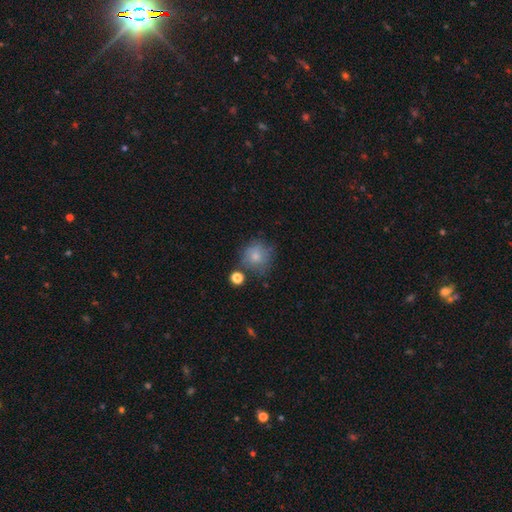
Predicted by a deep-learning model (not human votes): smooth-or-featured: smooth: 76% | featured or disk: 14% | star or artifact: 10%
  how-rounded: round: 88% | in between: 11% | cigar-shaped: 1%
  merging: none: 63% | minor disturbance: 20% | merger: 8% | major disturbance: 8%